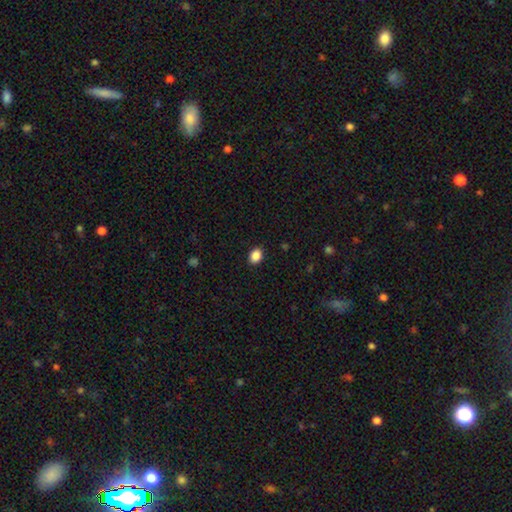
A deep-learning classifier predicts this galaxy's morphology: The model was most divided on "how rounded": in between: 69%, round: 30%, cigar-shaped: 1%. More confident: merging — none (89%); smooth or featured — smooth (89%).